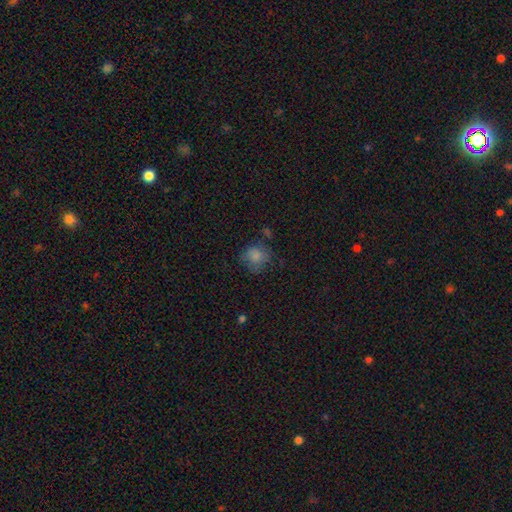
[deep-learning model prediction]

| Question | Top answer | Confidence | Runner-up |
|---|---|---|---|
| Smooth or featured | smooth | 79% | star or artifact (11%) |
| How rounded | round | 80% | in between (19%) |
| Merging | none | 62% | minor disturbance (23%) |